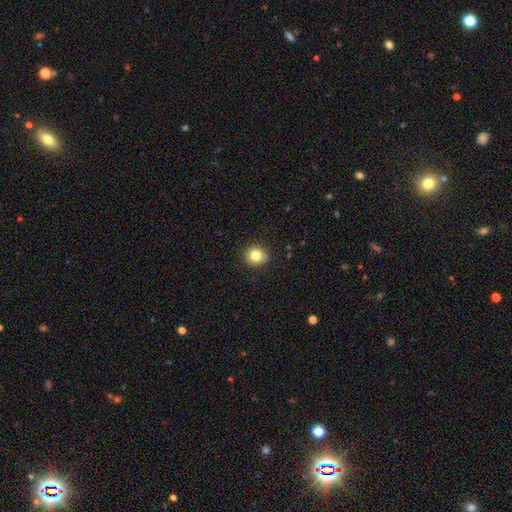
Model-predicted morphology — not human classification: Overall: smooth (82%). How rounded: round (84%). Merging: none (90%).